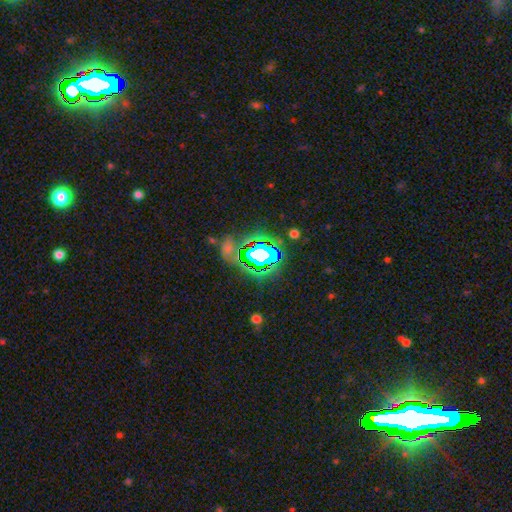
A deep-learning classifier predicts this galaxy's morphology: Smooth or featured?
  - star or artifact: 63% *
  - smooth: 23%
  - featured or disk: 14%